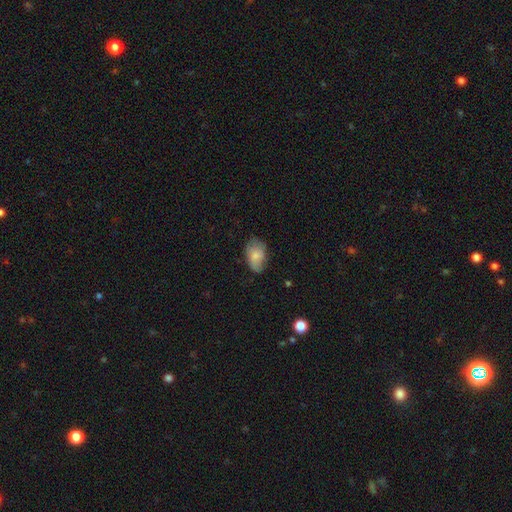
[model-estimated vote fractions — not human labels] Smooth or featured?
  - smooth: 76% *
  - featured or disk: 17%
  - star or artifact: 7%
How rounded?
  - in between: 90% *
  - round: 9%
  - cigar-shaped: 1%
Merging?
  - none: 62% *
  - minor disturbance: 30%
  - major disturbance: 7%
  - merger: 1%